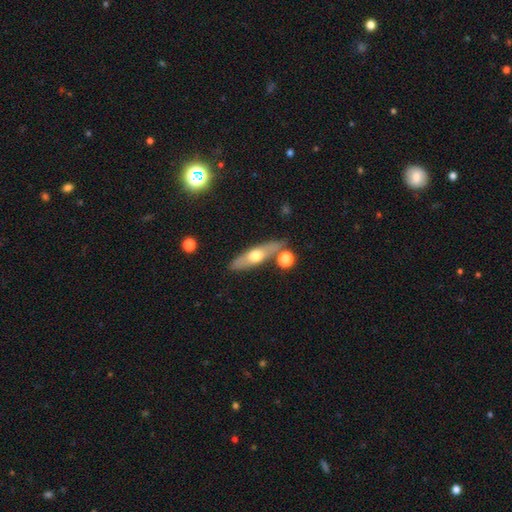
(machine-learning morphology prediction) A featured or disk galaxy (47%).

Vote fractions:
- Smooth or featured? featured or disk: 47% / smooth: 46% / star or artifact: 6%
- Merging? none: 76% / minor disturbance: 12% / merger: 9% / major disturbance: 3%